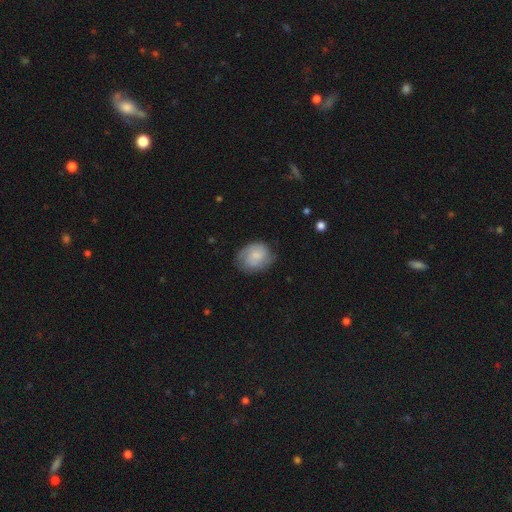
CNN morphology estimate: A smooth galaxy with no disk features (66%) that is in between round and cigar-shaped (50%).

Vote fractions:
- Smooth or featured? smooth: 66% / featured or disk: 27% / star or artifact: 7%
- How rounded? in between: 50% / round: 49% / cigar-shaped: 1%
- Merging? none: 66% / minor disturbance: 25% / major disturbance: 7% / merger: 1%